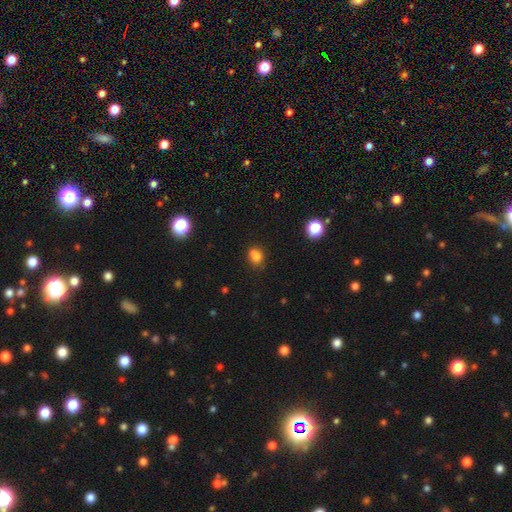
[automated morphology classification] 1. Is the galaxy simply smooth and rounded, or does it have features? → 77% smooth, 14% star or artifact, 9% featured or disk.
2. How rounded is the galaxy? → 54% in between, 44% round, 2% cigar-shaped.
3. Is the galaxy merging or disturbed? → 55% none, 20% merger, 19% minor disturbance, 6% major disturbance.